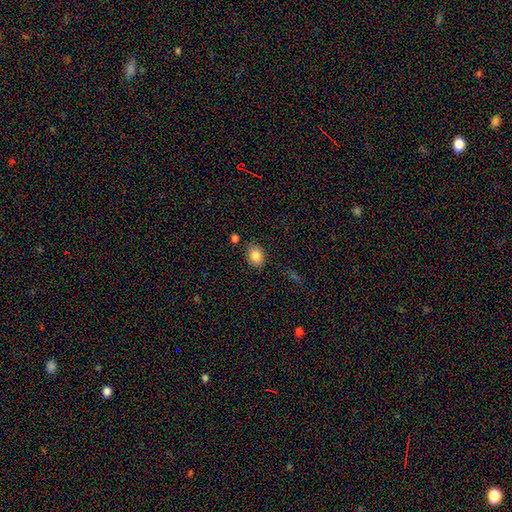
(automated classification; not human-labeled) A smooth galaxy with no disk features (85%) that is in between round and cigar-shaped (67%). Merging: none (81%).